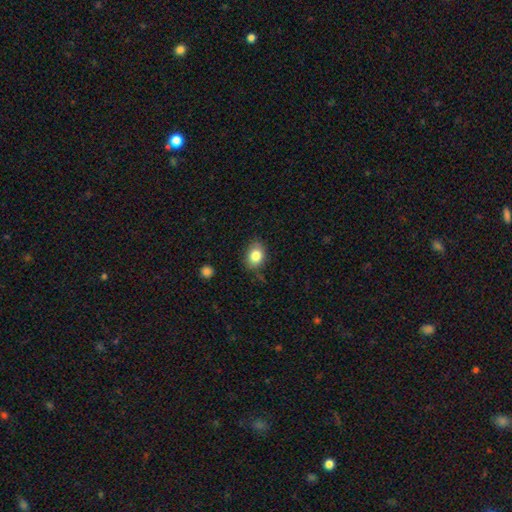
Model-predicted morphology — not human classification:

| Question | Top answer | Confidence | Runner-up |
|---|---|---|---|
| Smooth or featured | smooth | 83% | star or artifact (9%) |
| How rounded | in between | 62% | round (37%) |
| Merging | none | 79% | minor disturbance (16%) |